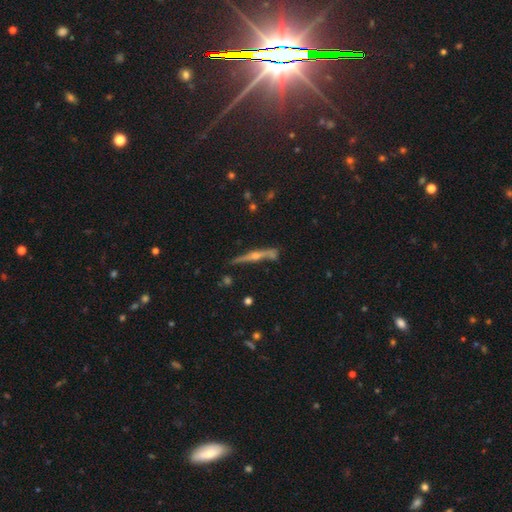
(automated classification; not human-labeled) Smooth or featured? Predicted: featured or disk (p=0.78). Edge-on disk? Predicted: yes (p=0.96). Edge-on bulge? Predicted: rounded (p=0.90). Merging? Predicted: none (p=0.77).